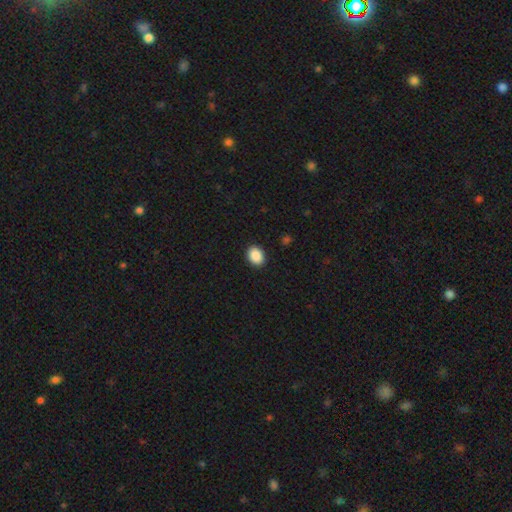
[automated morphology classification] Smooth or featured? Predicted: smooth (p=0.90). How rounded? Predicted: in between (p=0.60). Merging? Predicted: none (p=0.91).